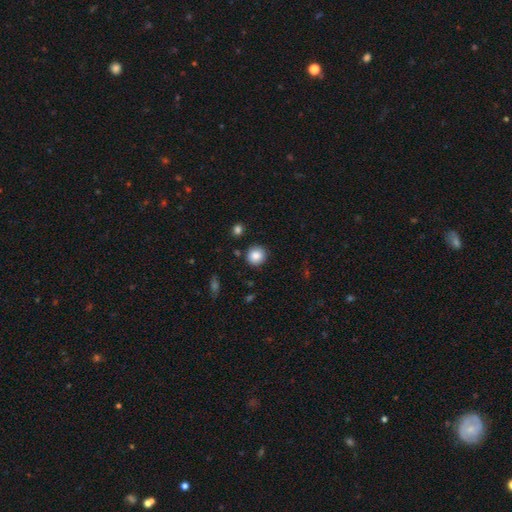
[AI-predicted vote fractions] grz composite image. It shows a smooth galaxy with no disk features (86%) that is round (91%). Merging: none (89%).